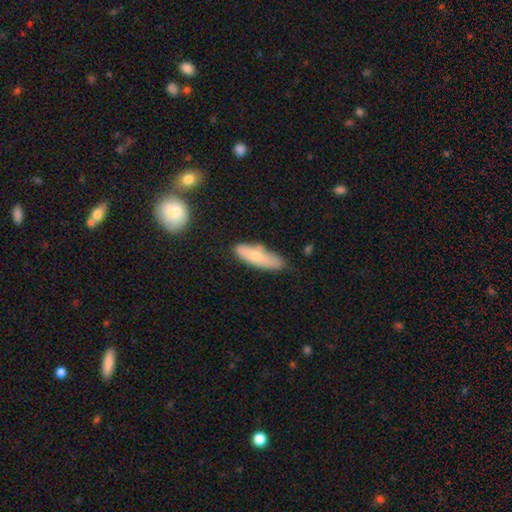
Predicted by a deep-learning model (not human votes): A smooth galaxy with no disk features (71%) that is in between round and cigar-shaped (53%).

Vote fractions:
- Smooth or featured? smooth: 71% / featured or disk: 23% / star or artifact: 6%
- How rounded? in between: 53% / cigar-shaped: 45% / round: 2%
- Merging? none: 59% / minor disturbance: 29% / major disturbance: 6% / merger: 6%